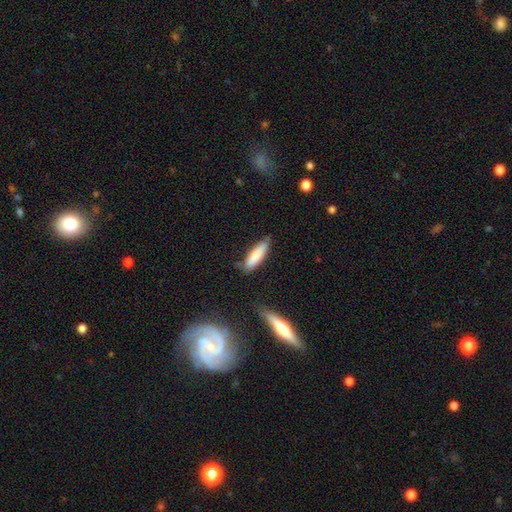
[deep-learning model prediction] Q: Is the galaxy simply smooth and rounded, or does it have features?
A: smooth — 82%.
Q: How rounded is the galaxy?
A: cigar-shaped — 62%.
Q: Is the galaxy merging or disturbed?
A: none — 73%.